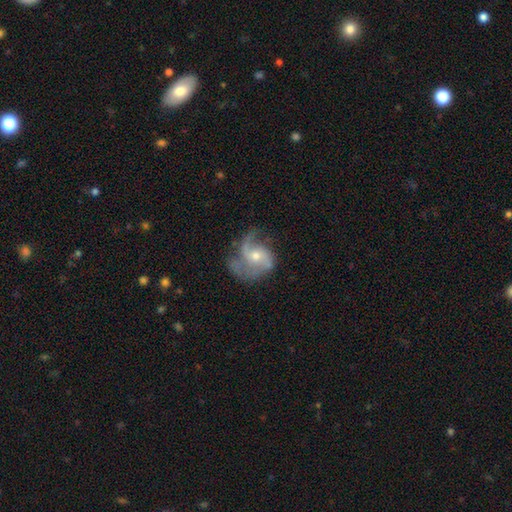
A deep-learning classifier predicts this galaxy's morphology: Overall: featured or disk (81%). Edge-on disk: no (98%). Bar: no (64%; weak 30%). Spiral arms: yes (94%). Spiral arm count: 2 (58%; 3 19%). Spiral winding: medium (47%; loose 39%). Bulge size: moderate (49%; small 46%). Merging: none (53%; minor disturbance 24%).